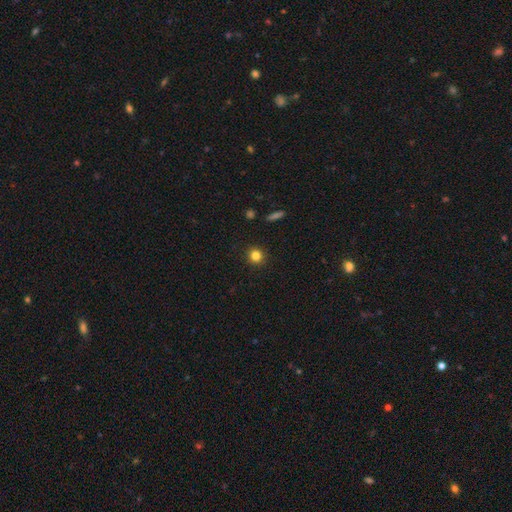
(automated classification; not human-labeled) Smooth or featured? Predicted: smooth (p=0.82). How rounded? Predicted: round (p=0.93). Merging? Predicted: none (p=0.92).